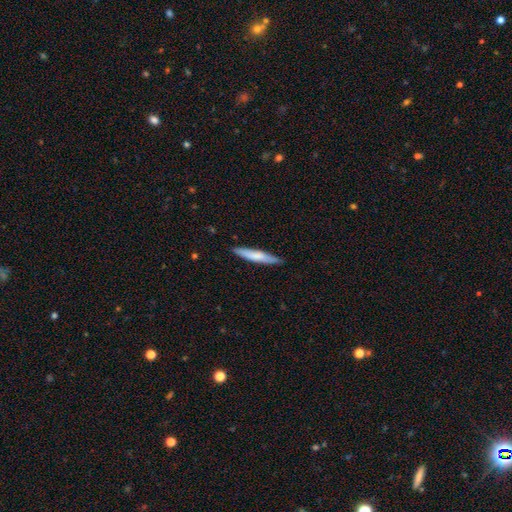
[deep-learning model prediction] A smooth galaxy with no disk features (71%) that is cigar-shaped (91%). Merging: none (87%).